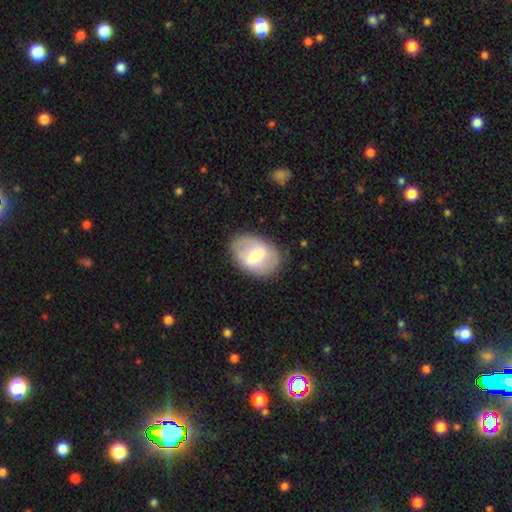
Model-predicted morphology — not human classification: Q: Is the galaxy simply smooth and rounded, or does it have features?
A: smooth — 50%.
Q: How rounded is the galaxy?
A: in between — 78%.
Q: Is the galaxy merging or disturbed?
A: none — 81%.